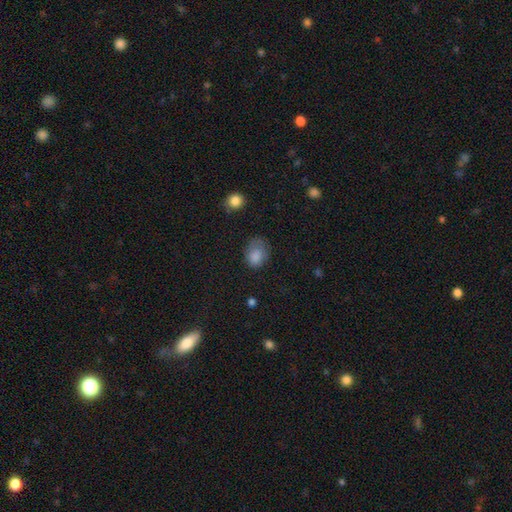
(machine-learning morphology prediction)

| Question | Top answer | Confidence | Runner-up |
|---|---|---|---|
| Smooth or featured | smooth | 83% | star or artifact (9%) |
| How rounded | in between | 64% | round (35%) |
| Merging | none | 48% | minor disturbance (33%) |